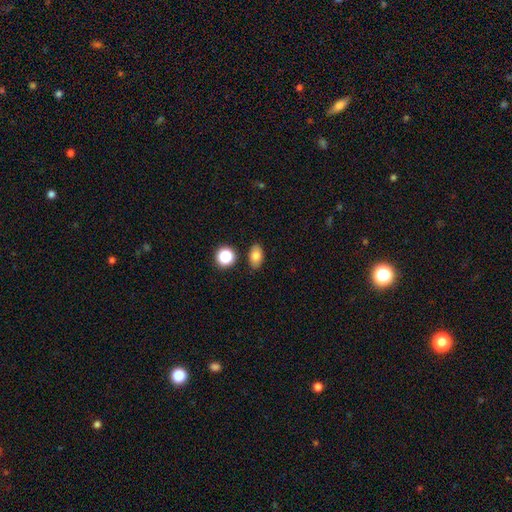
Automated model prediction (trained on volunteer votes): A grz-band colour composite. It shows a smooth galaxy with no disk features (78%) that is in between round and cigar-shaped (85%). Merging: none (83%).